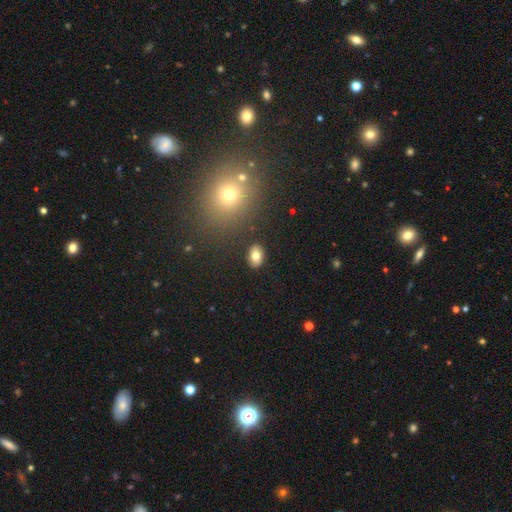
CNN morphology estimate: This is likely a smooth galaxy (79%). How rounded: clearly in between (81%). Merging: clearly none (87%).